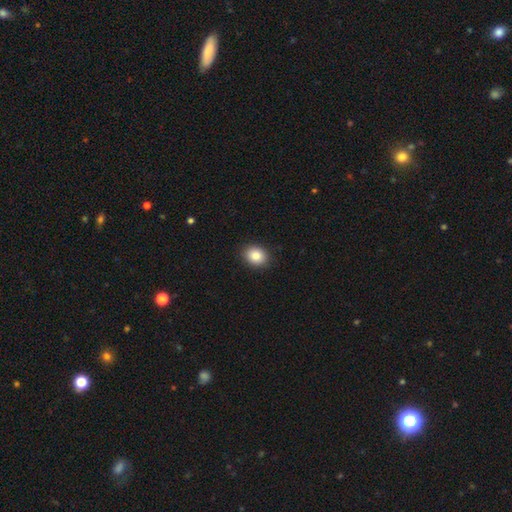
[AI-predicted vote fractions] Smooth or featured? smooth (84%)
How rounded? round (53%)
Merging? none (90%)